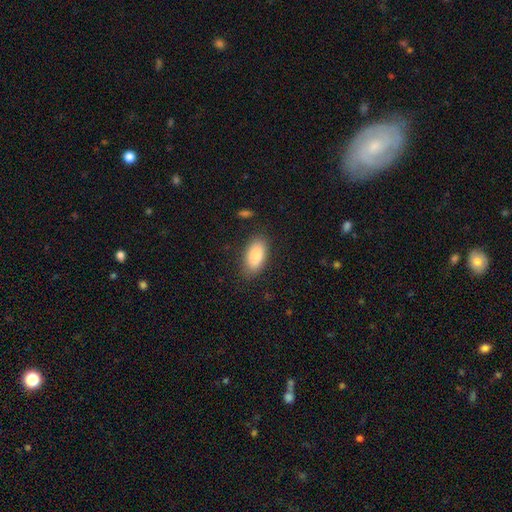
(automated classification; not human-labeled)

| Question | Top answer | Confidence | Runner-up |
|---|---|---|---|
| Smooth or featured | smooth | 83% | featured or disk (10%) |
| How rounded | in between | 92% | cigar-shaped (5%) |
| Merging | none | 85% | minor disturbance (11%) |